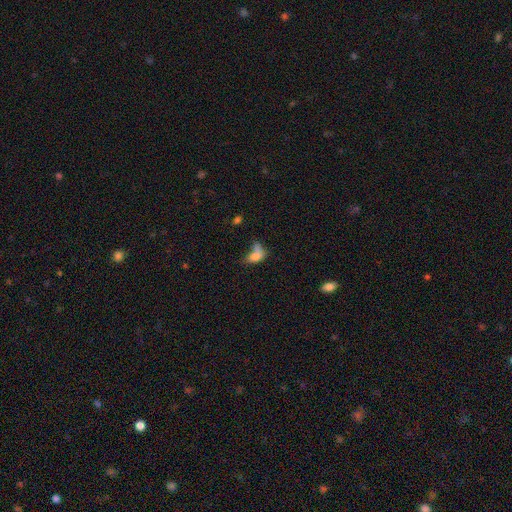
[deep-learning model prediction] Q: Smooth or featured?
A: smooth (70%); runner-up: featured or disk (19%)
Q: How rounded?
A: in between (81%); runner-up: round (13%)
Q: Merging?
A: major disturbance (32%); runner-up: merger (26%)